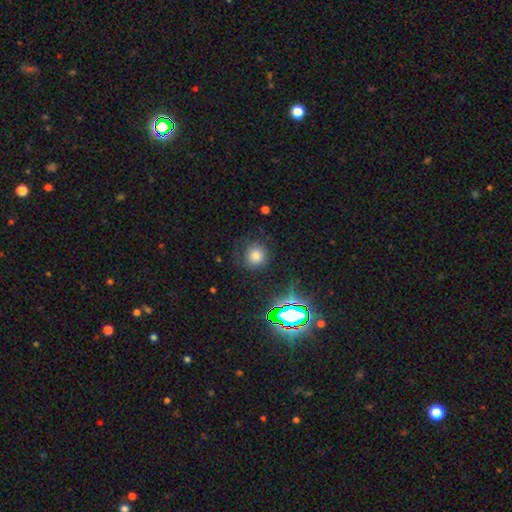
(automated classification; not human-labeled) smooth-or-featured: smooth: 68% | star or artifact: 18% | featured or disk: 13%
  how-rounded: round: 89% | in between: 10% | cigar-shaped: 1%
  merging: none: 70% | minor disturbance: 17% | major disturbance: 12% | merger: 2%